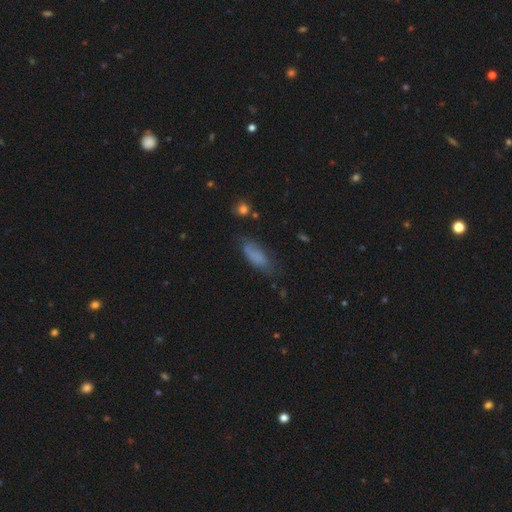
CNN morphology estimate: Q: Smooth or featured?
A: smooth (77%); runner-up: featured or disk (14%)
Q: How rounded?
A: in between (70%); runner-up: cigar-shaped (28%)
Q: Merging?
A: none (60%); runner-up: minor disturbance (28%)